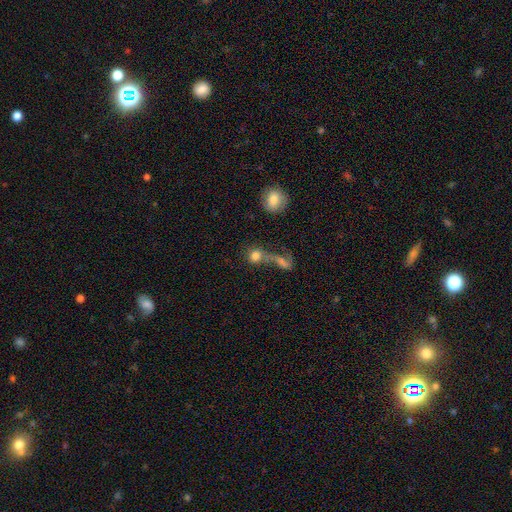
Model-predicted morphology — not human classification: Overall: smooth (75%). How rounded: round (76%). Merging: merger (52%; none 30%).